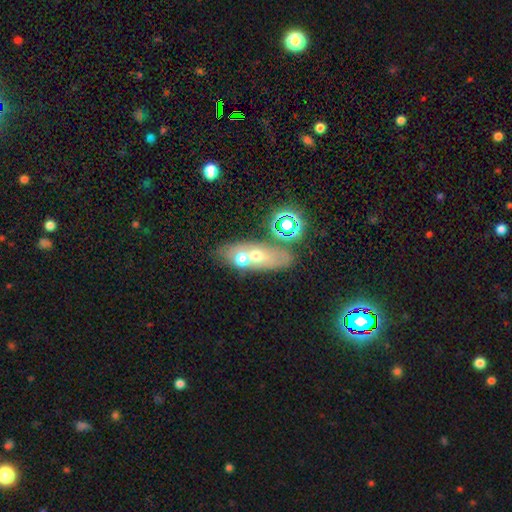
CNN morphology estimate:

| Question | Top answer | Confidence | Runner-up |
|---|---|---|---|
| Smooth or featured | smooth | 47% | featured or disk (35%) |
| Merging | merger | 46% | none (40%) |